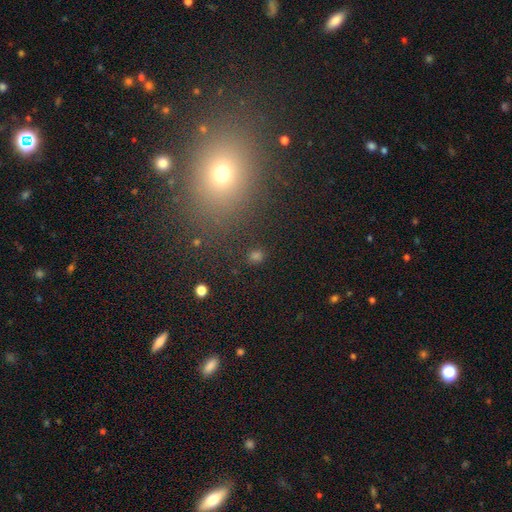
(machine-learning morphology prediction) smooth_or_featured: smooth (p=0.70) [alt: star or artifact p=0.24]
how_rounded: round (p=0.76) [alt: in between p=0.23]
merging: none (p=0.86) [alt: minor disturbance p=0.07]